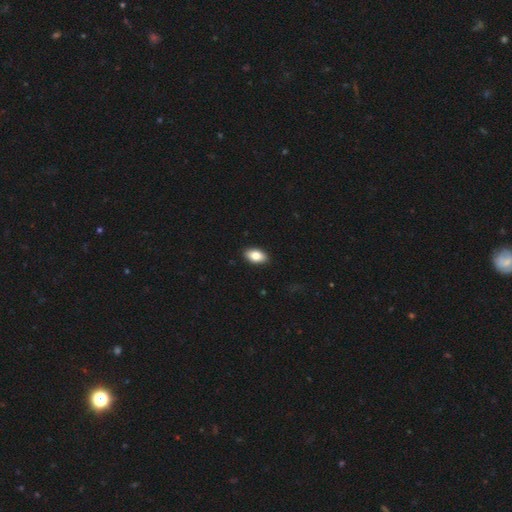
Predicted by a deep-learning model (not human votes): This is clearly a smooth galaxy (83%). How rounded: clearly in between (93%). Merging: clearly none (90%).